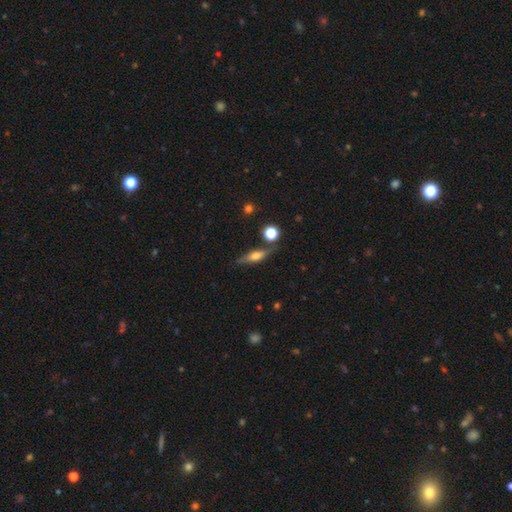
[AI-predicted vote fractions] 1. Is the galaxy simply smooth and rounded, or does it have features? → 58% featured or disk, 34% smooth, 9% star or artifact.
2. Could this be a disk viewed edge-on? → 93% yes, 7% no.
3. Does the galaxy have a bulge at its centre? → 85% rounded, 11% boxy, 4% none.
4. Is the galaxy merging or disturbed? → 79% none, 13% minor disturbance, 5% merger, 3% major disturbance.